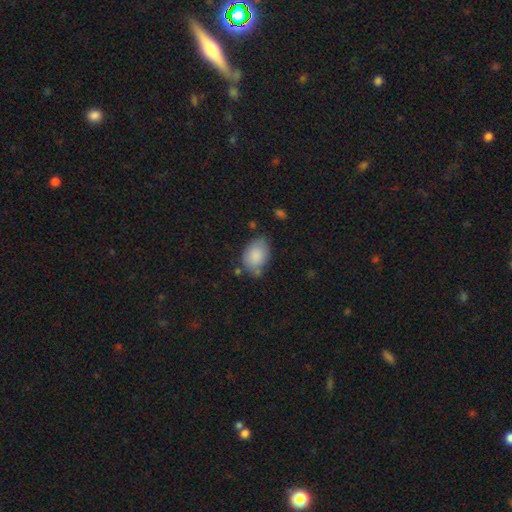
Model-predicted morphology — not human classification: Smooth or featured: smooth — 85% (featured or disk — 8%)
How rounded: in between — 84% (round — 15%)
Merging: none — 61% (minor disturbance — 27%)